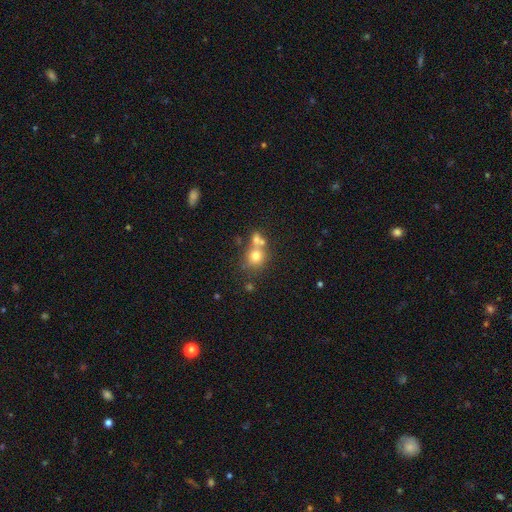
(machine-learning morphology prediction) This appears to be a smooth galaxy with no disk features (71%) that is round (79%). Merging: none (44%).